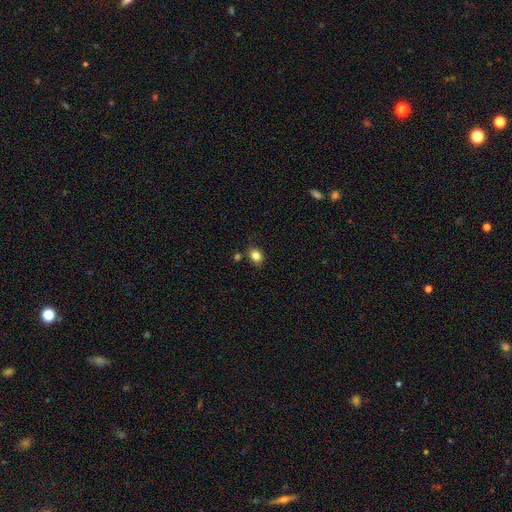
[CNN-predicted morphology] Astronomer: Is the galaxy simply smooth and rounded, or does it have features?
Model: smooth — 82%.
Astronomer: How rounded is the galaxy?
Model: round — 53% (runner-up: in between, 46%).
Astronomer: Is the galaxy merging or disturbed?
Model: none — 76%.